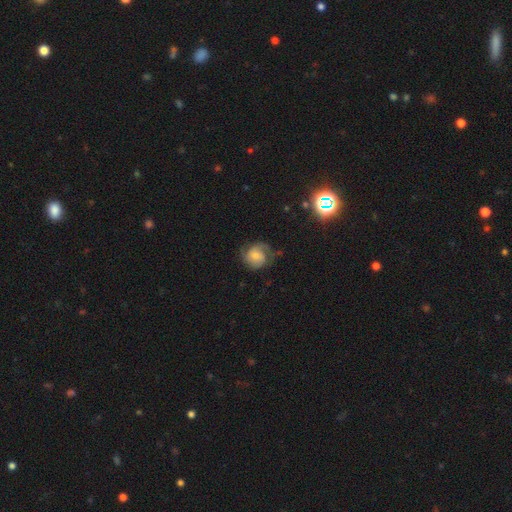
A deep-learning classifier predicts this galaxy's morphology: Overall: featured or disk (59%; smooth 32%). Edge-on disk: no (98%). Bar: no (66%; weak 29%). Spiral arms: yes (90%). Spiral arm count: 2 (59%). Spiral winding: medium (43%; tight 37%). Bulge size: small (44%; moderate 32%). Merging: none (56%; minor disturbance 24%).